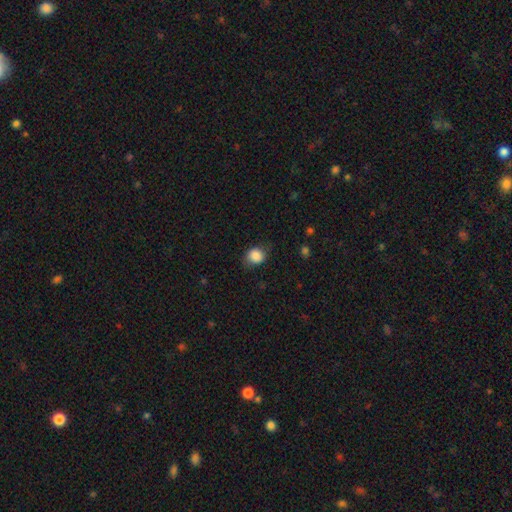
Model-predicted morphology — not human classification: This is clearly a smooth galaxy (85%). How rounded: likely round (67%). Merging: likely none (72%).